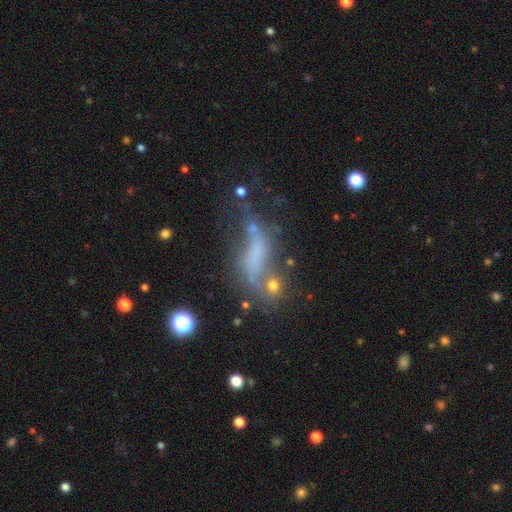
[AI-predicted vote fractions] Overall: featured or disk (42%; smooth 36%). Merging: major disturbance (33%; none 29%).